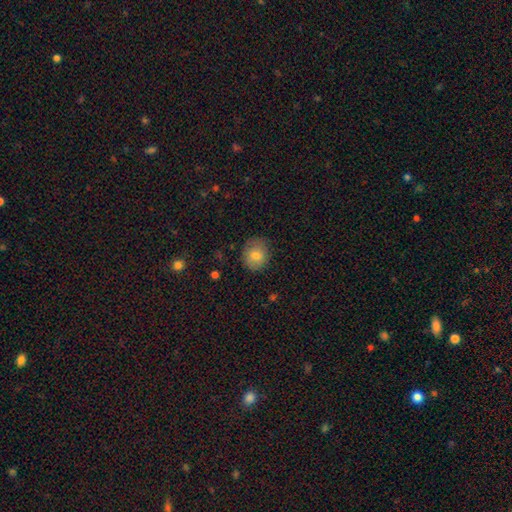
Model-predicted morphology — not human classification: This appears to be a smooth galaxy with no disk features (78%) that is round (71%). Merging: none (82%).